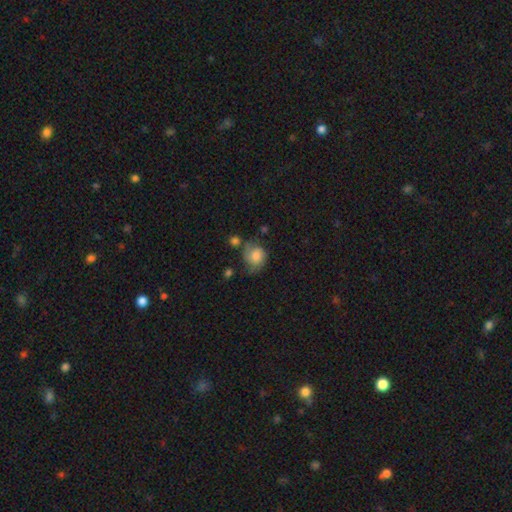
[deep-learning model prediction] Smooth or featured? smooth (56%)
How rounded? round (67%)
Merging? none (46%)